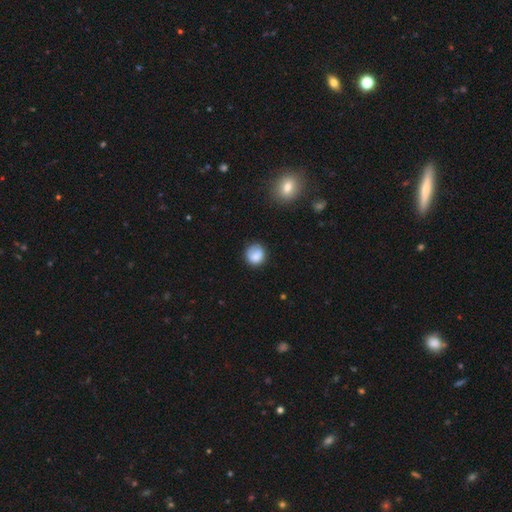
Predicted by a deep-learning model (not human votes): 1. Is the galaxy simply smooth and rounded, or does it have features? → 82% smooth, 10% featured or disk, 8% star or artifact.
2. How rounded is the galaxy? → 83% round, 16% in between, 1% cigar-shaped.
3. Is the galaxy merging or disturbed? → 71% none, 21% minor disturbance, 6% major disturbance, 2% merger.